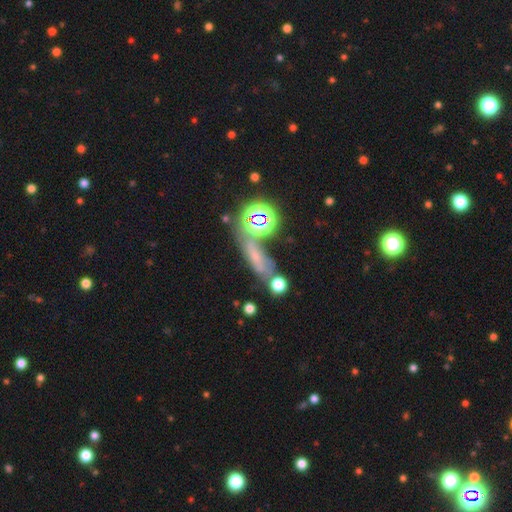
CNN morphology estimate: smooth_or_featured: star or artifact (p=0.40) [alt: smooth p=0.36]